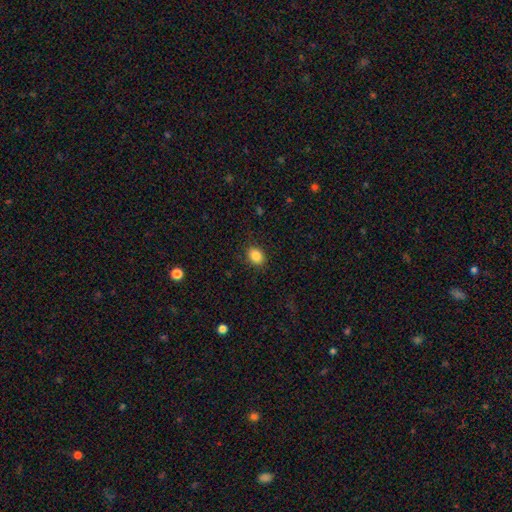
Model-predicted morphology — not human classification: Q: Smooth or featured?
A: smooth (86%); runner-up: star or artifact (10%)
Q: How rounded?
A: in between (55%); runner-up: round (44%)
Q: Merging?
A: none (88%); runner-up: minor disturbance (9%)